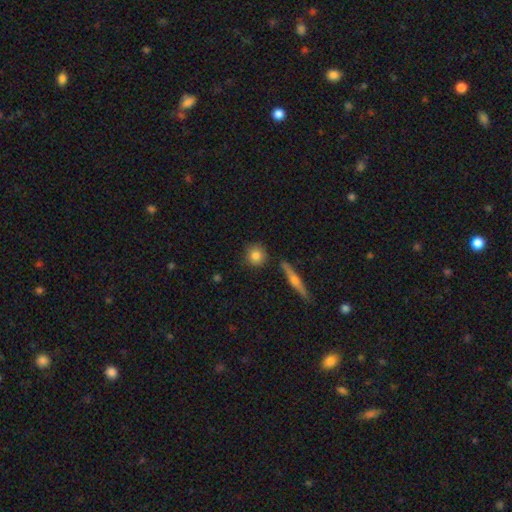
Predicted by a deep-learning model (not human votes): A smooth galaxy with no disk features (79%) that is round (89%). Merging: none (83%).